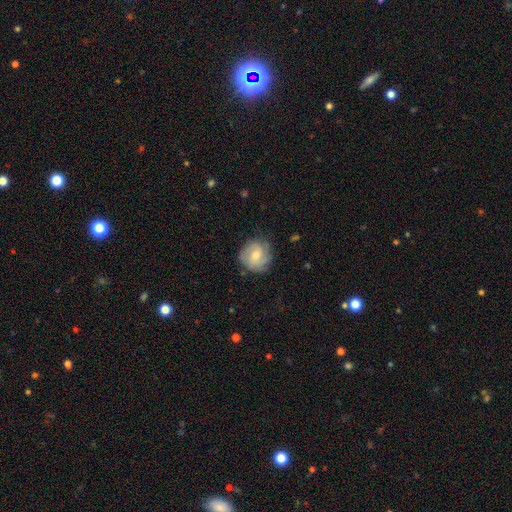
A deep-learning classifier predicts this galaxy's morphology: A featured or disk galaxy (56%) with no bar (63%), spiral arms (88%) and a moderate central bulge (54%).

Vote fractions:
- Smooth or featured? featured or disk: 56% / smooth: 37% / star or artifact: 7%
- Edge-on disk? no: 98% / yes: 2%
- Bar? no: 63% / weak: 32% / strong: 5%
- Spiral arms? yes: 88% / no: 12%
- Bulge size? moderate: 54% / small: 39% / large: 3% / none: 2% / dominant: 1%
- Merging? none: 74% / minor disturbance: 19% / major disturbance: 6% / merger: 1%